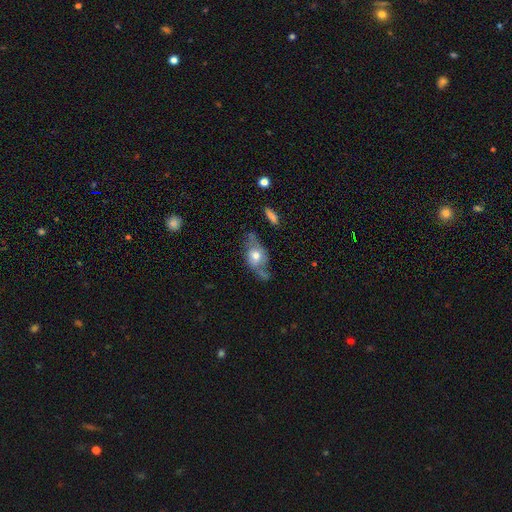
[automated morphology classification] Smooth or featured? Predicted: featured or disk (p=0.46, tied with smooth). Merging? Predicted: none (p=0.46).